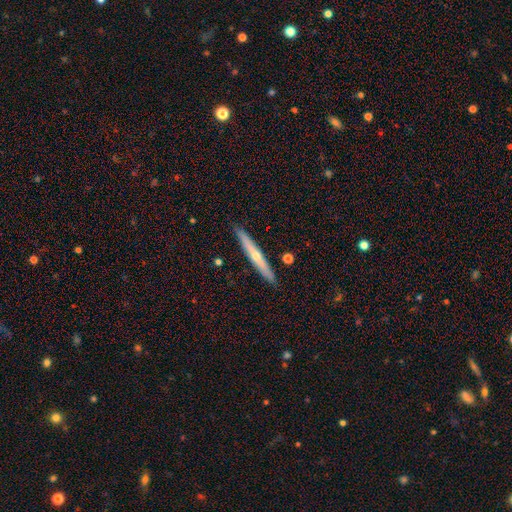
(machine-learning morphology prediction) Smooth or featured? featured or disk (59%)
Edge-on disk? yes (95%)
Edge-on bulge? rounded (74%)
Merging? none (90%)